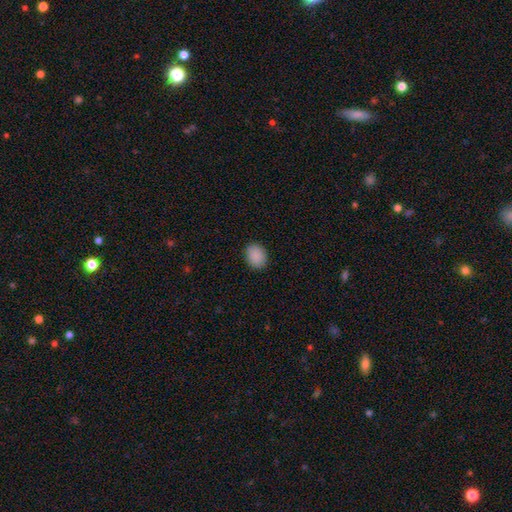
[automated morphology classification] The model was most divided on "how rounded": in between: 51%, round: 48%, cigar-shaped: 1%. More confident: smooth or featured — smooth (89%); merging — none (89%).